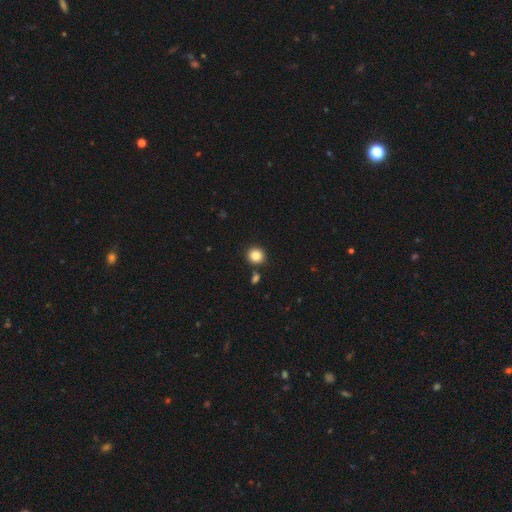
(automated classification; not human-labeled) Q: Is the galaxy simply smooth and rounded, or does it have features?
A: smooth — 86%.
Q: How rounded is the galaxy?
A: round — 90%.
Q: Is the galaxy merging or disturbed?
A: none — 85%.